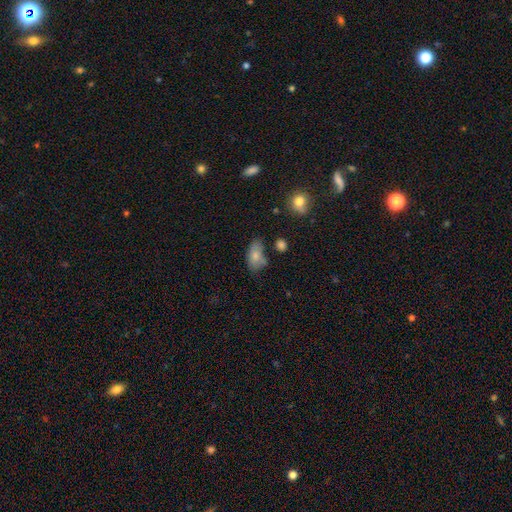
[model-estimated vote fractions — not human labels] Overall: smooth (78%). How rounded: in between (90%). Merging: none (50%; minor disturbance 30%).